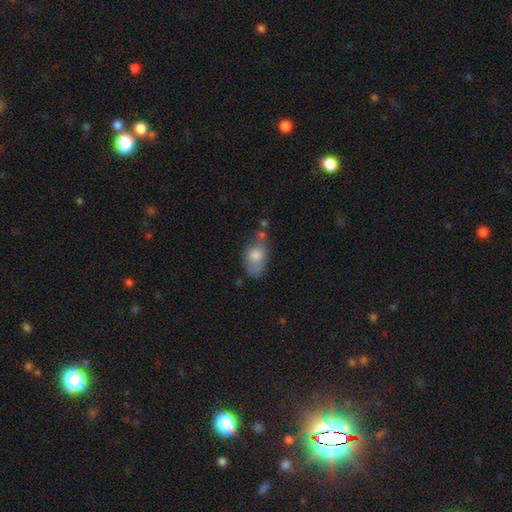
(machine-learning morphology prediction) A smooth galaxy with no disk features (73%) that is in between round and cigar-shaped (82%). Merging: none (35%).